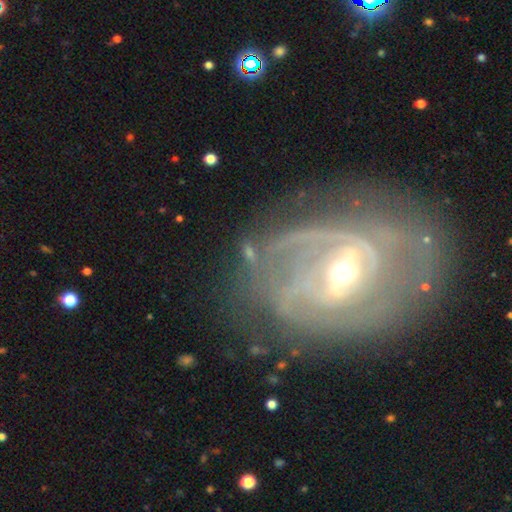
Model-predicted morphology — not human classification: featured or disk 77%, smooth 12%, star or artifact 10%. Down the decision tree: edge-on disk — no (95%); bar — no (44%); spiral arms — yes (76%); spiral arm count — can't tell (40%); spiral winding — tight (59%); bulge size — moderate (64%); merging — none (49%).